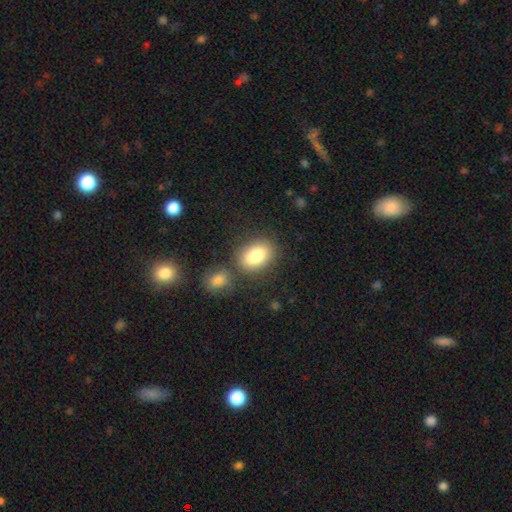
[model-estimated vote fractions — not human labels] This is clearly a smooth galaxy (84%). How rounded: likely in between (79%). Merging: likely none (70%).